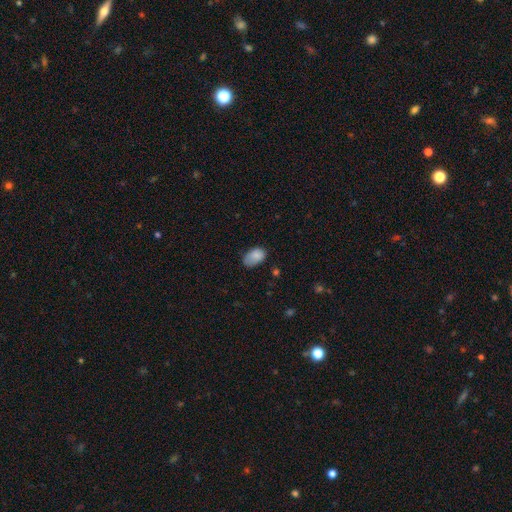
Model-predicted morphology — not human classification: smooth 84%, star or artifact 8%, featured or disk 8%. Down the decision tree: how rounded — in between (89%); merging — none (55%).